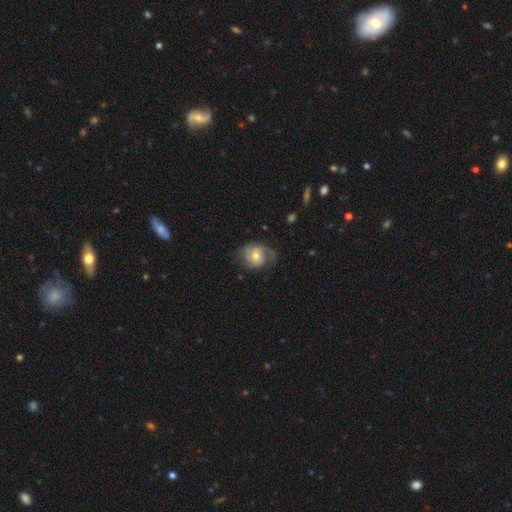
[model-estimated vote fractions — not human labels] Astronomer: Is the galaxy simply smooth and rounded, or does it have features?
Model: featured or disk — 57% (runner-up: smooth, 36%).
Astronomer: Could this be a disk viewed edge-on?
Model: no — 97%.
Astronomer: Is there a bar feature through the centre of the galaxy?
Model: no — 64%.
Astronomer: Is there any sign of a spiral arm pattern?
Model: yes — 86%.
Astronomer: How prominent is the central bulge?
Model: moderate — 59%.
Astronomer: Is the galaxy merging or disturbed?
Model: none — 52%.